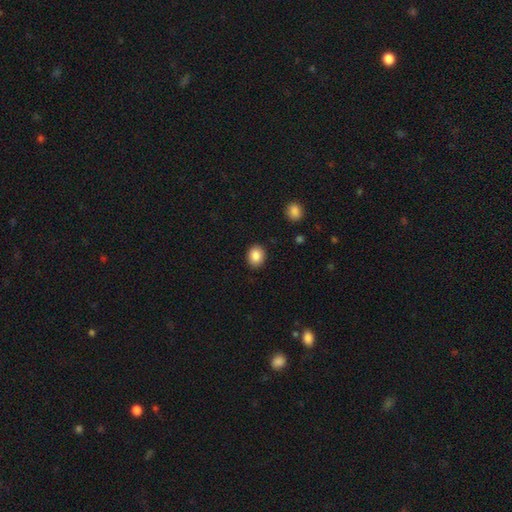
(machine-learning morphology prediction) smooth 87%, star or artifact 9%, featured or disk 5%. Down the decision tree: how rounded — round (63%); merging — none (89%).